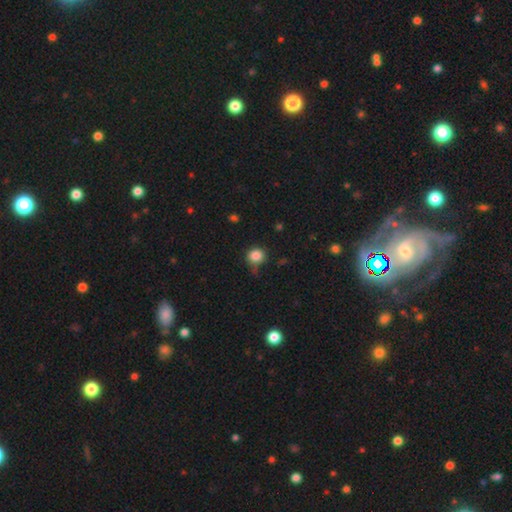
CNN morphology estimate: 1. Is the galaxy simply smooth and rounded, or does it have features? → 84% smooth, 11% star or artifact, 5% featured or disk.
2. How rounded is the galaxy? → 86% round, 13% in between, 1% cigar-shaped.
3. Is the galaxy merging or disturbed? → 70% none, 20% minor disturbance, 6% major disturbance, 4% merger.